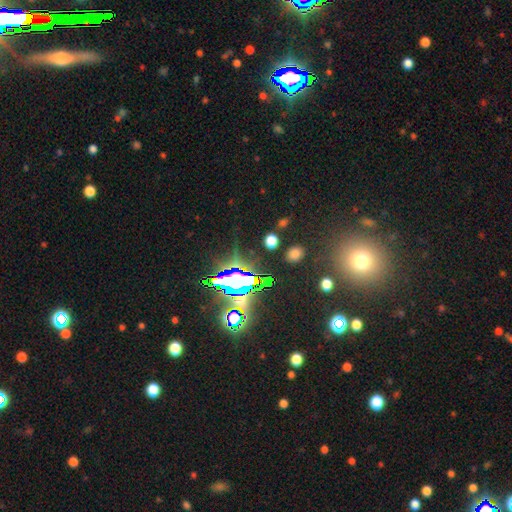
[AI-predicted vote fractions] smooth_or_featured: star or artifact (p=0.70) [alt: smooth p=0.19]